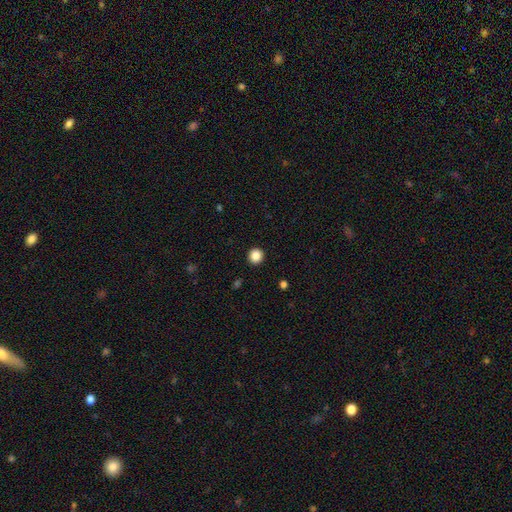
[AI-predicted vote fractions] smooth_or_featured: smooth (p=0.86) [alt: star or artifact p=0.10]
how_rounded: round (p=0.93) [alt: in between p=0.06]
merging: none (p=0.93) [alt: minor disturbance p=0.05]